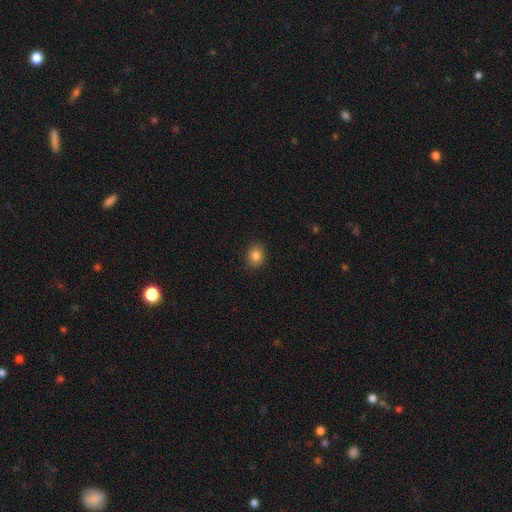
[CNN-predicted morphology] Smooth or featured?
  - smooth: 83% *
  - star or artifact: 11%
  - featured or disk: 6%
How rounded?
  - round: 60% *
  - in between: 39%
  - cigar-shaped: 1%
Merging?
  - none: 89% *
  - minor disturbance: 8%
  - major disturbance: 2%
  - merger: 1%